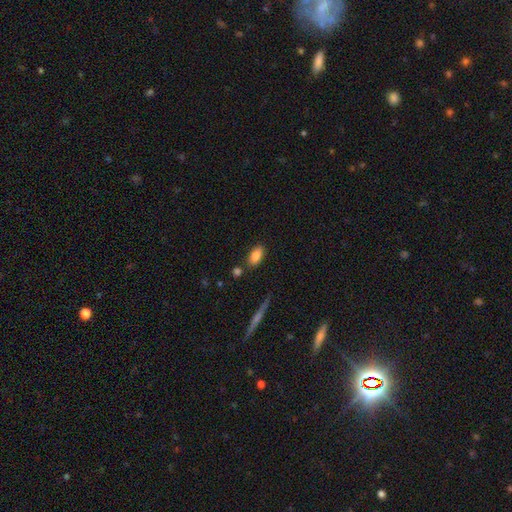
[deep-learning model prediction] smooth 85%, featured or disk 8%, star or artifact 7%. Down the decision tree: how rounded — in between (89%); merging — none (79%).